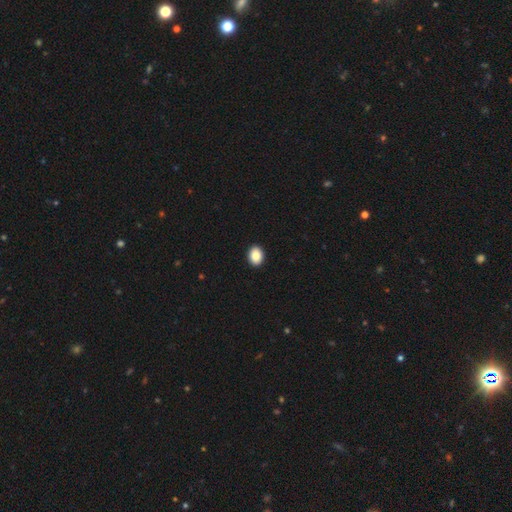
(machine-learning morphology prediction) This is clearly a smooth galaxy (88%). How rounded: likely in between (63%). Merging: clearly none (93%).